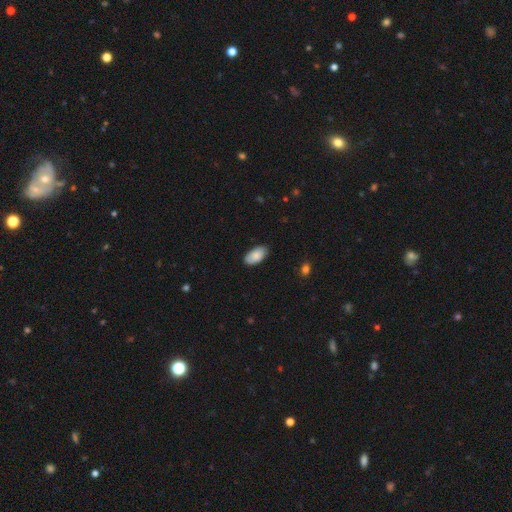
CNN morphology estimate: smooth_or_featured: smooth (p=0.87) [alt: featured or disk p=0.07]
how_rounded: in between (p=0.96) [alt: round p=0.03]
merging: none (p=0.84) [alt: minor disturbance p=0.13]